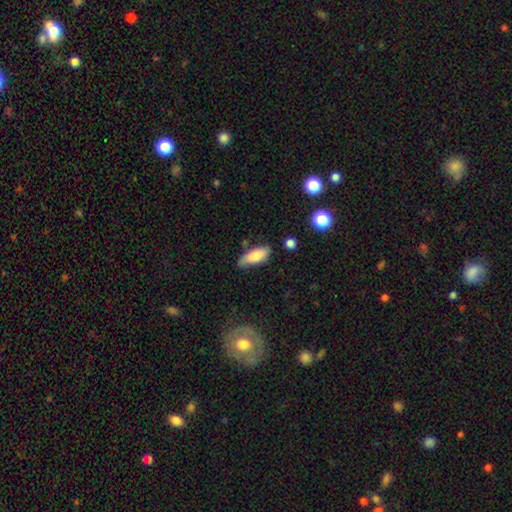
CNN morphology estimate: The model was most divided on "merging": none: 69%, minor disturbance: 24%, major disturbance: 4%, merger: 3%. More confident: smooth or featured — smooth (79%); how rounded — in between (73%).